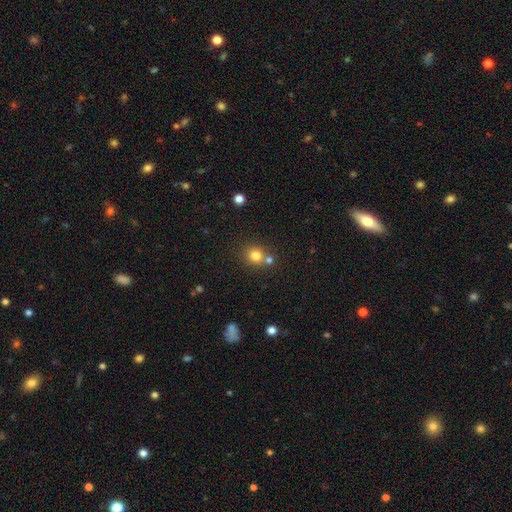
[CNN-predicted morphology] type=smooth (79%); roundness=round (83%); merging=none (65%).